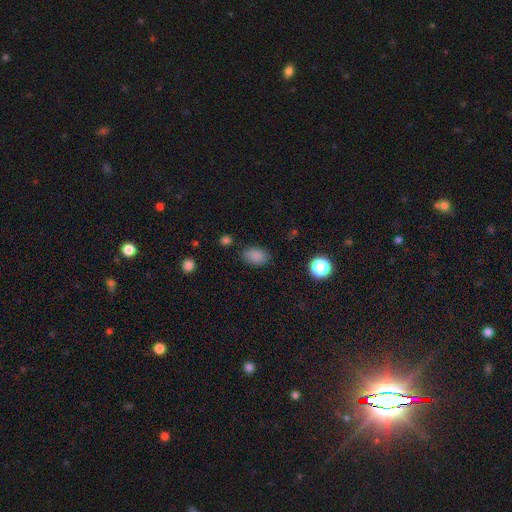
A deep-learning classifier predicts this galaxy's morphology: Smooth or featured?
  - smooth: 85% *
  - star or artifact: 11%
  - featured or disk: 4%
How rounded?
  - in between: 84% *
  - round: 15%
  - cigar-shaped: 1%
Merging?
  - none: 82% *
  - minor disturbance: 13%
  - major disturbance: 3%
  - merger: 2%